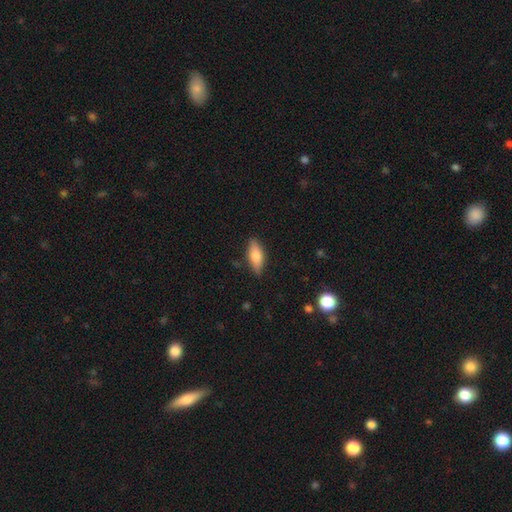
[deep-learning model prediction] Overall: smooth (70%). How rounded: in between (66%; cigar-shaped 32%). Merging: none (83%).